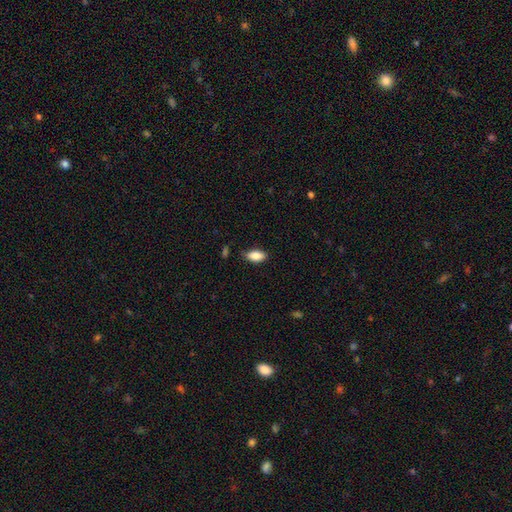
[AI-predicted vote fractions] A smooth galaxy with no disk features (88%) that is in between round and cigar-shaped (92%).

Vote fractions:
- Smooth or featured? smooth: 88% / star or artifact: 7% / featured or disk: 5%
- How rounded? in between: 92% / cigar-shaped: 5% / round: 3%
- Merging? none: 82% / minor disturbance: 14% / major disturbance: 3% / merger: 2%